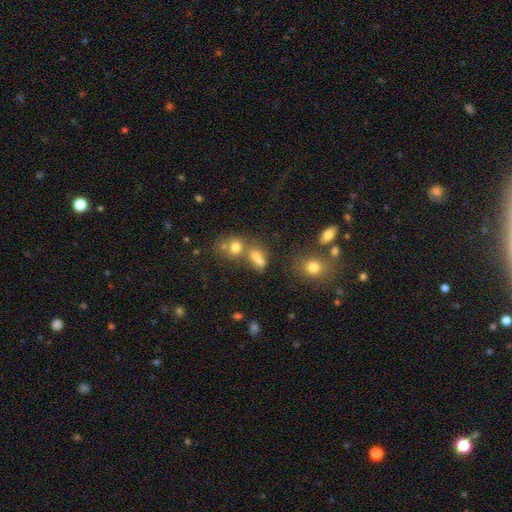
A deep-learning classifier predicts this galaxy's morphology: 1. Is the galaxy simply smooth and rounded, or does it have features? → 66% smooth, 19% star or artifact, 15% featured or disk.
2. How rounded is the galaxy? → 54% round, 43% in between, 3% cigar-shaped.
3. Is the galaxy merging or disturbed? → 47% merger, 38% none, 9% minor disturbance, 6% major disturbance.